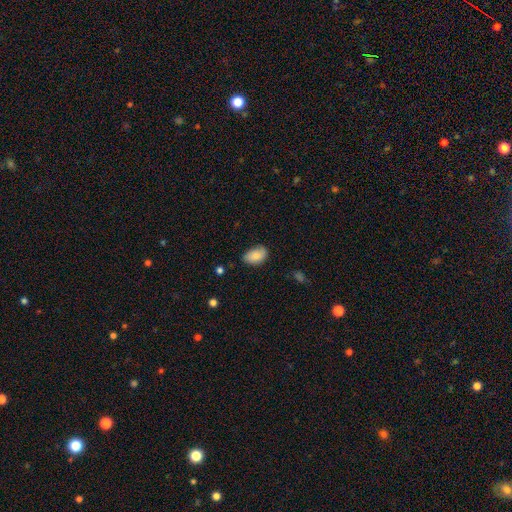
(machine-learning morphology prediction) This appears to be a smooth galaxy with no disk features (81%) that is in between round and cigar-shaped (90%). Merging: none (68%).